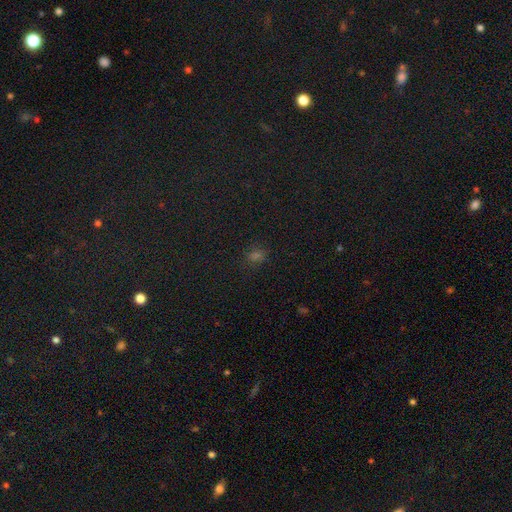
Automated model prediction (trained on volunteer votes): A smooth galaxy with no disk features (58%) that is round (51%). Merging: none (81%).